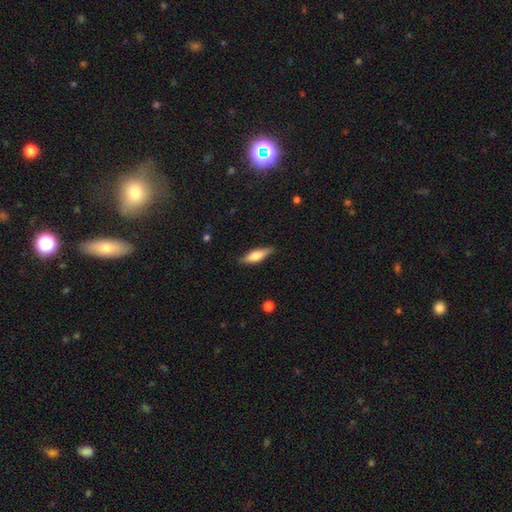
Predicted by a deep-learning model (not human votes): Overall: smooth (59%; featured or disk 35%). How rounded: cigar-shaped (57%; in between 41%). Merging: none (84%).